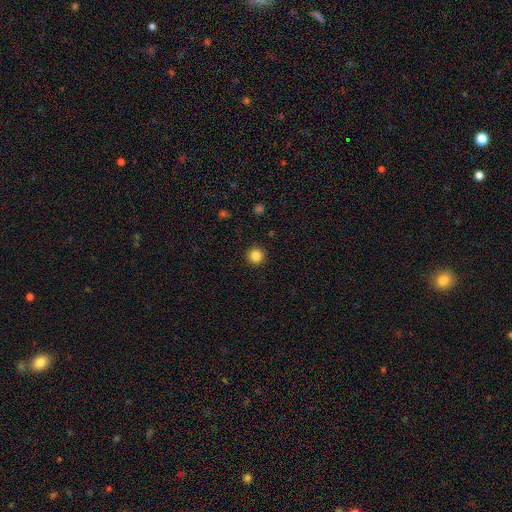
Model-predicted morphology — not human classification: A smooth galaxy with no disk features (85%) that is round (96%). Merging: none (93%).